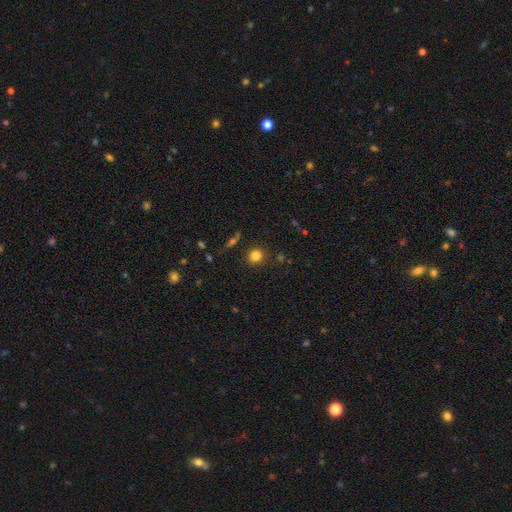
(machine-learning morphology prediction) Smooth or featured? Predicted: smooth (p=0.81). How rounded? Predicted: round (p=0.88). Merging? Predicted: none (p=0.87).